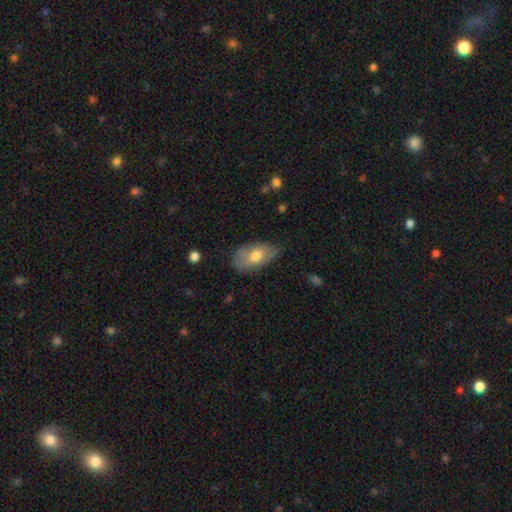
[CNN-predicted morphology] Smooth or featured?
  - smooth: 64% *
  - featured or disk: 29%
  - star or artifact: 7%
How rounded?
  - in between: 92% *
  - round: 5%
  - cigar-shaped: 3%
Merging?
  - none: 59% *
  - minor disturbance: 31%
  - major disturbance: 8%
  - merger: 2%